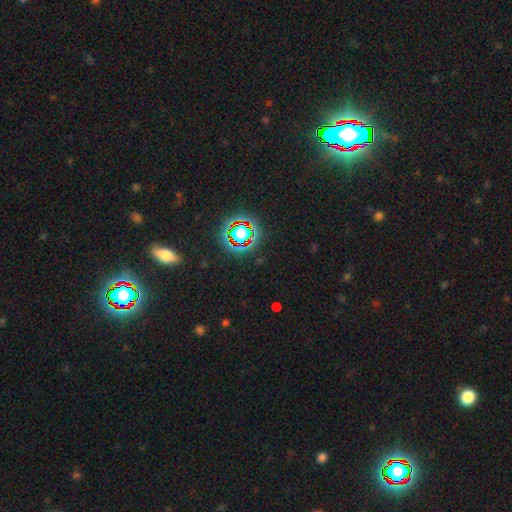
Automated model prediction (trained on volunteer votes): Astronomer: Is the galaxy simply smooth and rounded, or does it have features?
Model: star or artifact — 76%.